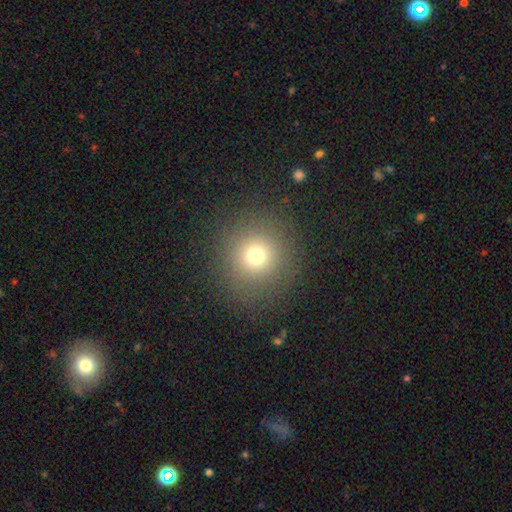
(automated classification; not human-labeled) smooth 72%, star or artifact 19%, featured or disk 9%. Down the decision tree: how rounded — round (93%); merging — none (88%).